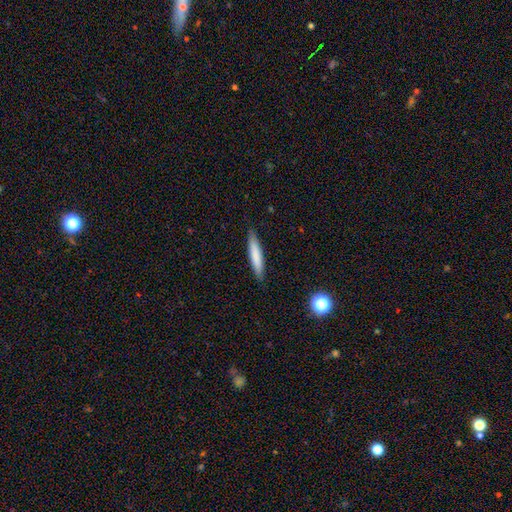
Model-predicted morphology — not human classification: Smooth or featured? Predicted: smooth (p=0.79). How rounded? Predicted: cigar-shaped (p=0.89). Merging? Predicted: none (p=0.89).